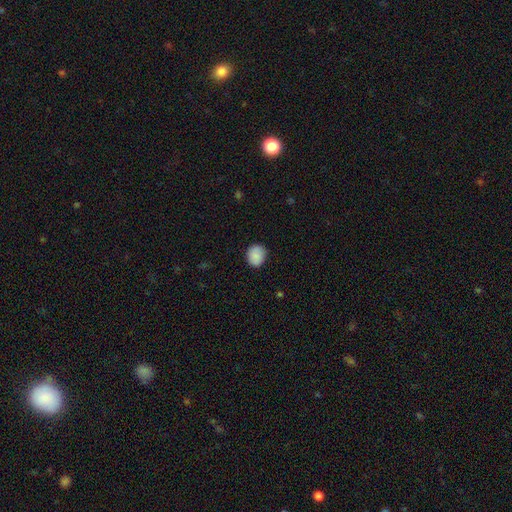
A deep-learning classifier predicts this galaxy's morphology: A smooth galaxy with no disk features (87%) that is round (68%).

Vote fractions:
- Smooth or featured? smooth: 87% / star or artifact: 7% / featured or disk: 5%
- How rounded? round: 68% / in between: 31% / cigar-shaped: 1%
- Merging? none: 85% / minor disturbance: 12% / major disturbance: 2% / merger: 1%